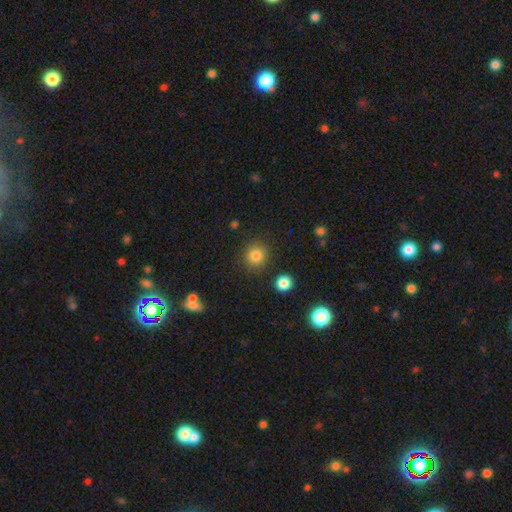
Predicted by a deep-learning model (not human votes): Smooth or featured? smooth (83%)
How rounded? round (88%)
Merging? none (87%)